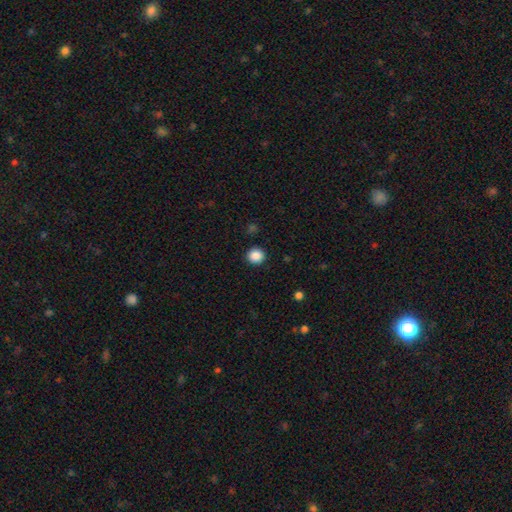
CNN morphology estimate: Smooth or featured? smooth (87%)
How rounded? round (92%)
Merging? none (91%)